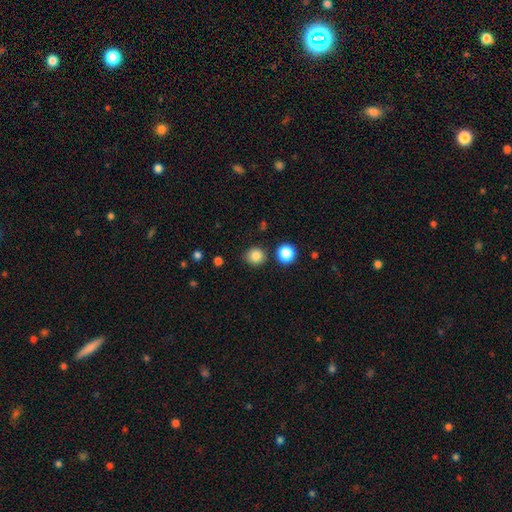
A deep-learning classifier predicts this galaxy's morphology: Overall: smooth (84%). How rounded: round (92%). Merging: none (86%).